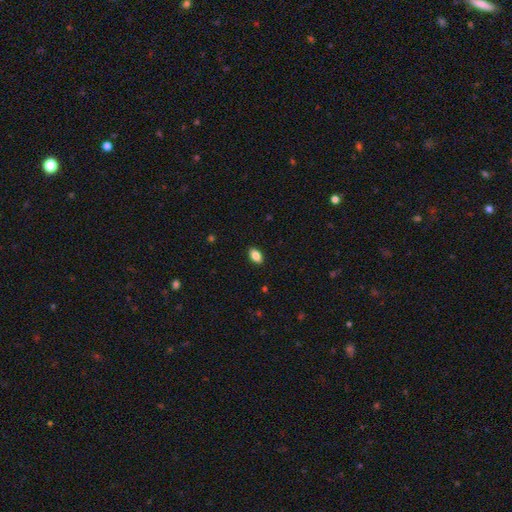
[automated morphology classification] This is clearly a smooth galaxy (86%). How rounded: clearly in between (90%). Merging: clearly none (89%).